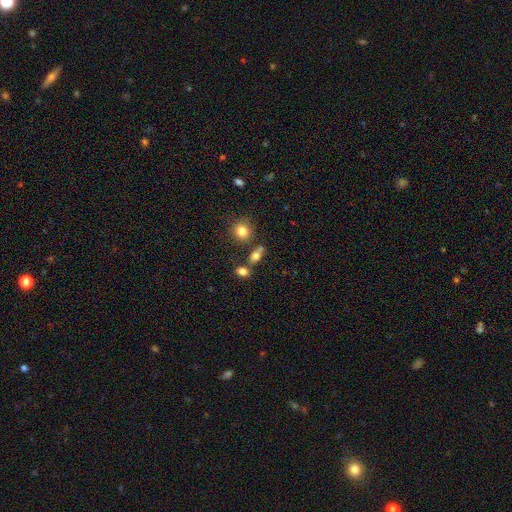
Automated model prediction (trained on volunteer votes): This appears to be a smooth galaxy with no disk features (77%) that is in between round and cigar-shaped (66%). Merging: none (56%).